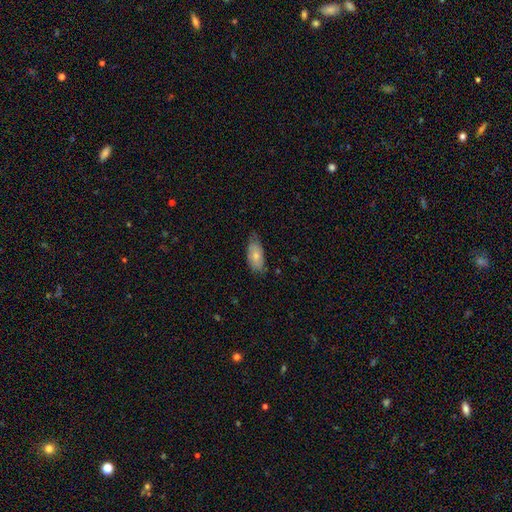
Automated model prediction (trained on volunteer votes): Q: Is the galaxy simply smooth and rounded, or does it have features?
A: smooth — 71%.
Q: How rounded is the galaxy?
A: in between — 90%.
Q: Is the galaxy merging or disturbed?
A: none — 59%.